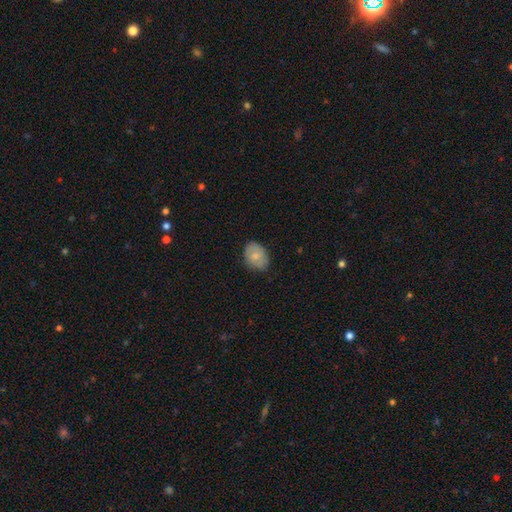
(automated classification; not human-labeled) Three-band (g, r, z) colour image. It shows a smooth galaxy with no disk features (75%) that is in between round and cigar-shaped (71%). Merging: none (75%).